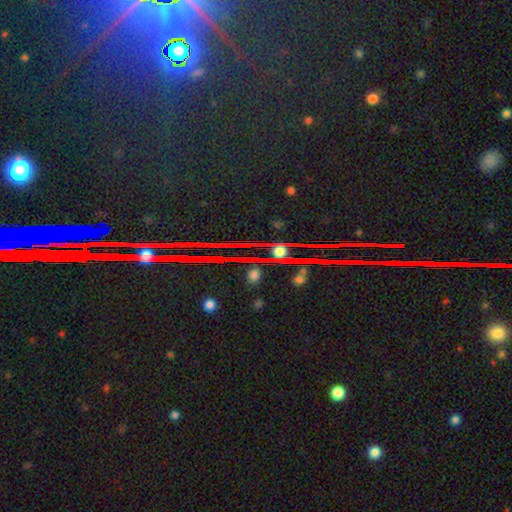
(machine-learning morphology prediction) Overall: star or artifact (83%).